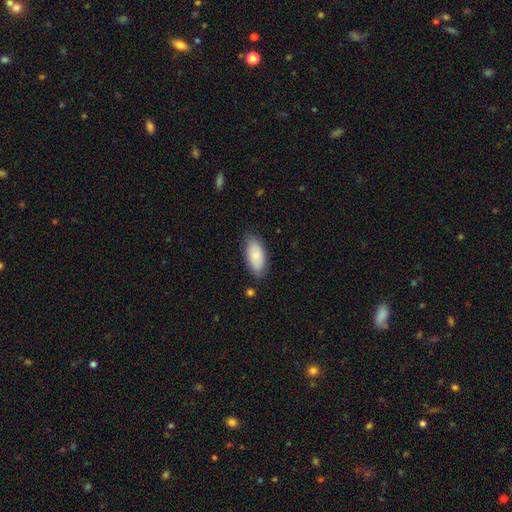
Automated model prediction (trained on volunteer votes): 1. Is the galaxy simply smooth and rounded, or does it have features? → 78% smooth, 16% featured or disk, 6% star or artifact.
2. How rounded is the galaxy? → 91% in between, 7% cigar-shaped, 2% round.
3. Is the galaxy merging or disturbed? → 78% none, 17% minor disturbance, 3% major disturbance, 2% merger.